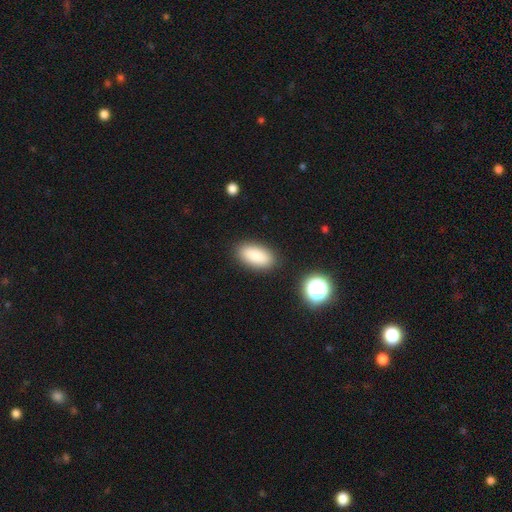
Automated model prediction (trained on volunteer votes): Smooth or featured?
  - smooth: 87% *
  - star or artifact: 8%
  - featured or disk: 5%
How rounded?
  - in between: 91% *
  - cigar-shaped: 6%
  - round: 3%
Merging?
  - none: 87% *
  - minor disturbance: 8%
  - major disturbance: 2%
  - merger: 2%